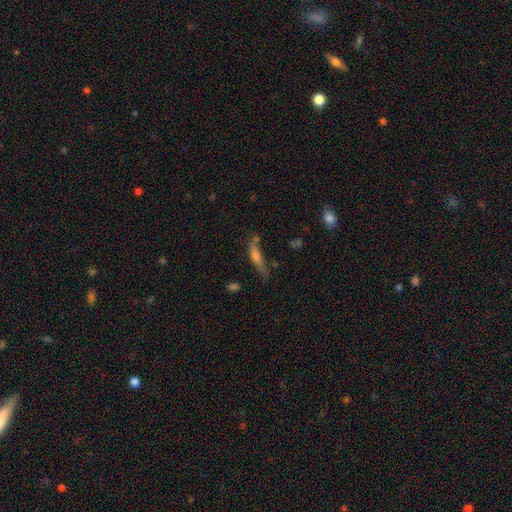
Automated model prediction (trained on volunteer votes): Smooth or featured: smooth — 51% (featured or disk — 39%)
How rounded: cigar-shaped — 79% (in between — 18%)
Merging: none — 56% (minor disturbance — 24%)